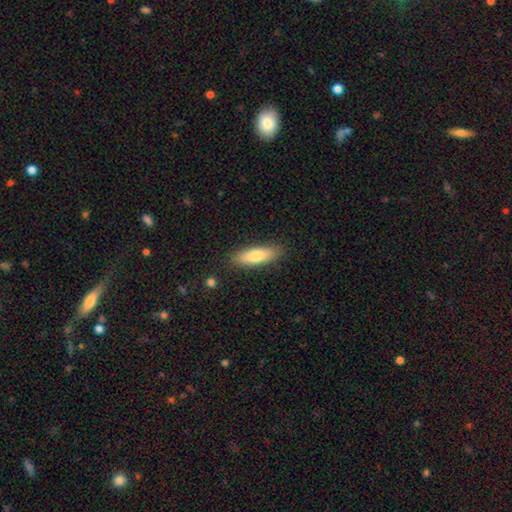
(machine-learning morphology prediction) Smooth or featured? smooth (77%)
How rounded? cigar-shaped (51%)
Merging? none (87%)